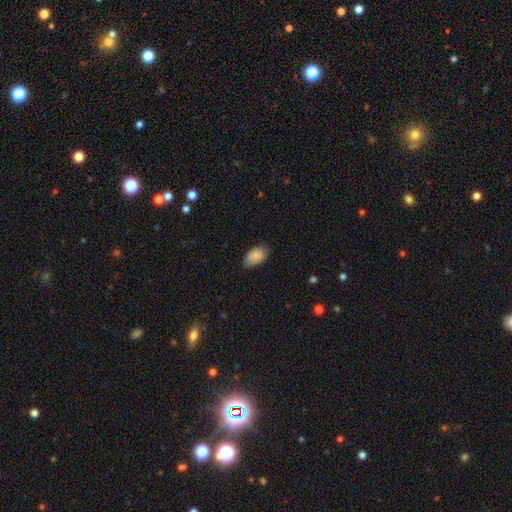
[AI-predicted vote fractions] Smooth or featured? smooth (87%)
How rounded? in between (92%)
Merging? none (70%)